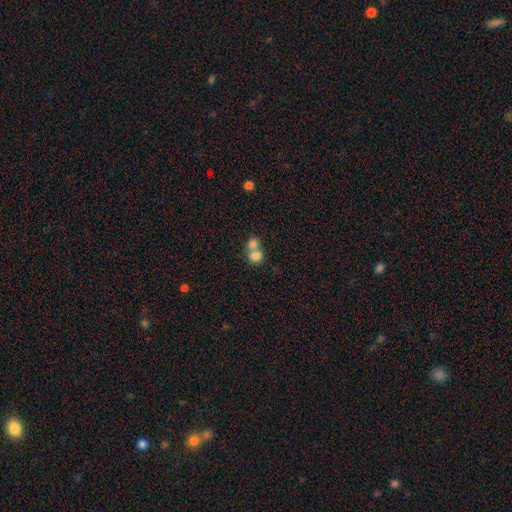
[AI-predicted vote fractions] Morphology: type=smooth (78%); roundness=round (70%); merging=merger (65%).